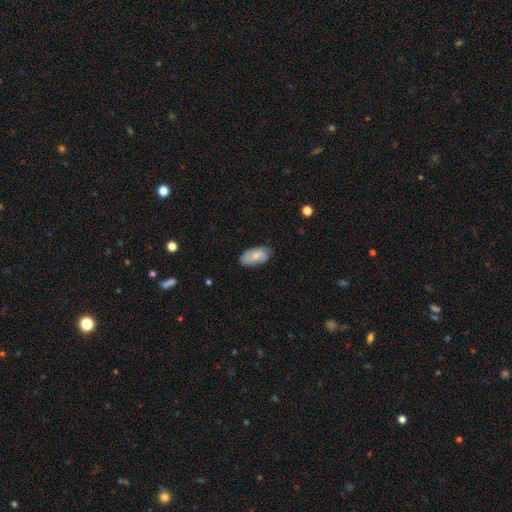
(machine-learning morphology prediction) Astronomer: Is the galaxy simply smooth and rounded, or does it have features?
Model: smooth — 76%.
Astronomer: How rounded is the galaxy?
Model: in between — 93%.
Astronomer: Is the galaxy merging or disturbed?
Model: none — 75%.